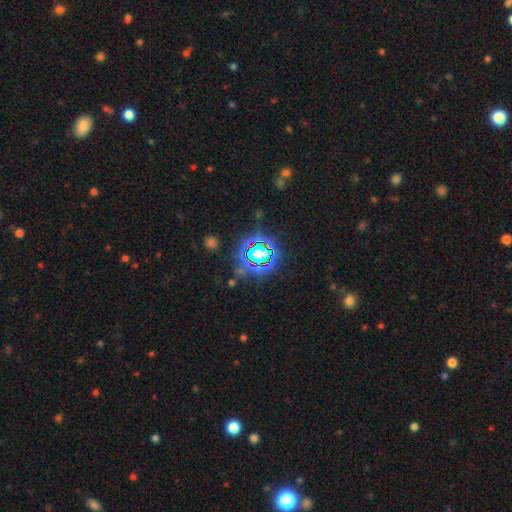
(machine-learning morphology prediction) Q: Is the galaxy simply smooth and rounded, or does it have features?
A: star or artifact — 77%.